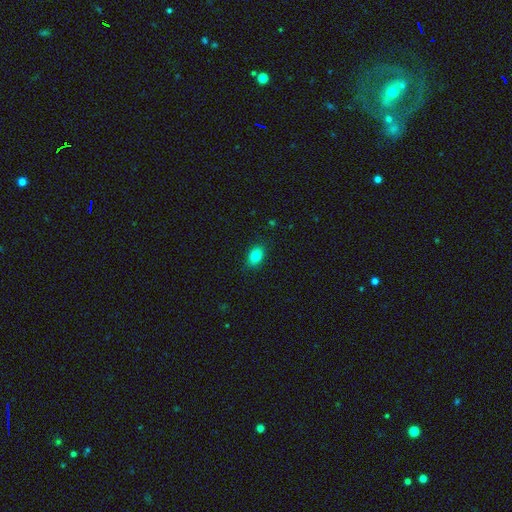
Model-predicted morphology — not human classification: Smooth or featured?
  - smooth: 83% *
  - star or artifact: 9%
  - featured or disk: 7%
How rounded?
  - in between: 83% *
  - round: 15%
  - cigar-shaped: 2%
Merging?
  - none: 85% *
  - minor disturbance: 12%
  - major disturbance: 2%
  - merger: 1%